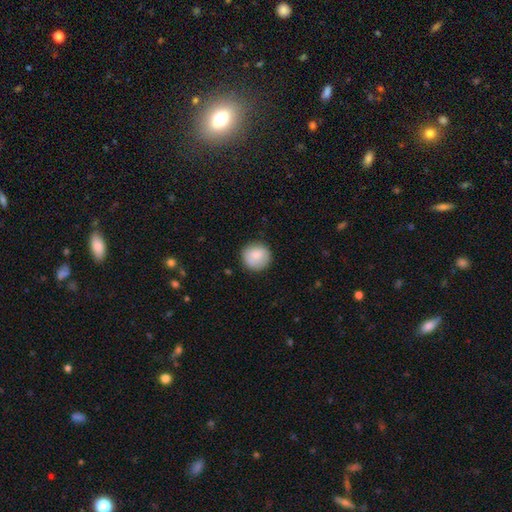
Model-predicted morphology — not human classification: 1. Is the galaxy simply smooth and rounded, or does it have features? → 86% smooth, 7% featured or disk, 7% star or artifact.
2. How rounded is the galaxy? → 94% round, 5% in between, 1% cigar-shaped.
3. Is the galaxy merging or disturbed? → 86% none, 10% minor disturbance, 2% major disturbance, 1% merger.